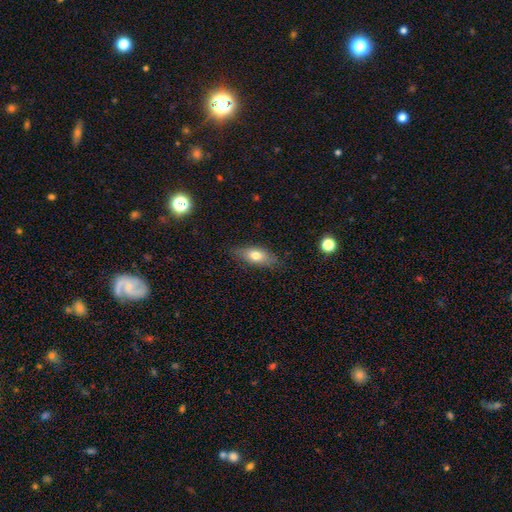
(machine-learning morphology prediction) Smooth or featured? smooth (70%)
How rounded? in between (73%)
Merging? none (80%)